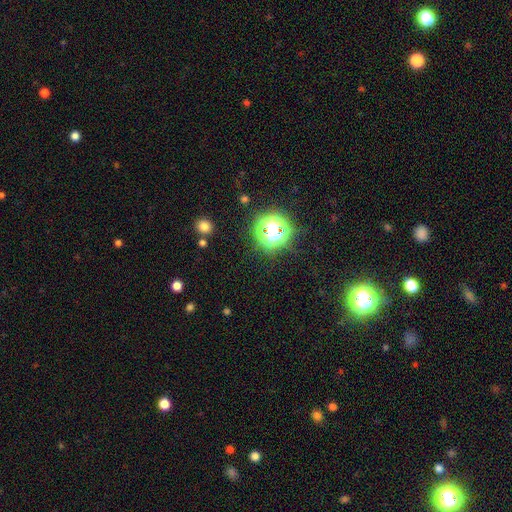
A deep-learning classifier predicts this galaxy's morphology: star or artifact 78%, smooth 16%, featured or disk 6%.